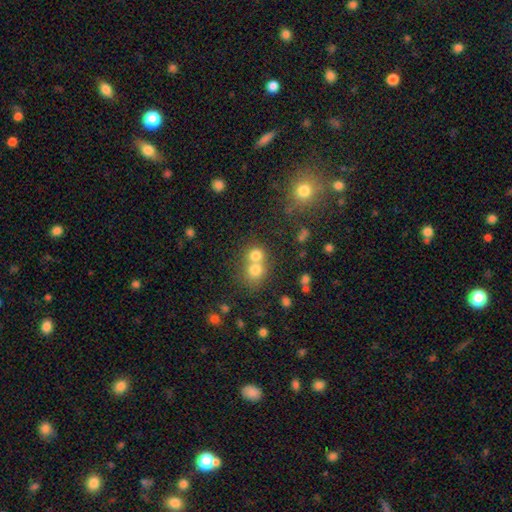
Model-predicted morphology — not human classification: Smooth or featured? Predicted: smooth (p=0.73). How rounded? Predicted: round (p=0.81). Merging? Predicted: merger (p=0.56).